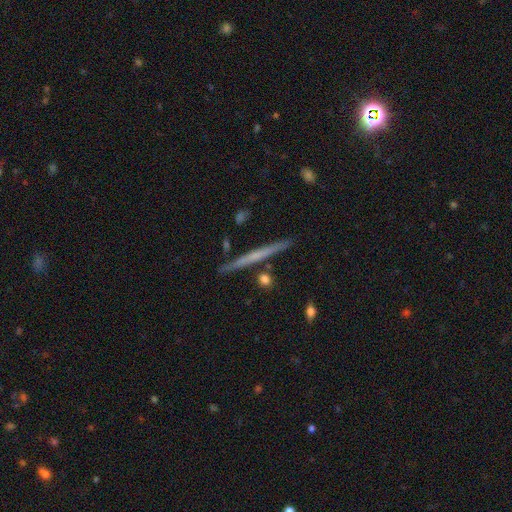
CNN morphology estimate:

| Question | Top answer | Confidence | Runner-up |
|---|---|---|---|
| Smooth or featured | featured or disk | 59% | smooth (35%) |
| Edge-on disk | yes | 97% | no (3%) |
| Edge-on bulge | none | 76% | rounded (19%) |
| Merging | none | 89% | minor disturbance (7%) |